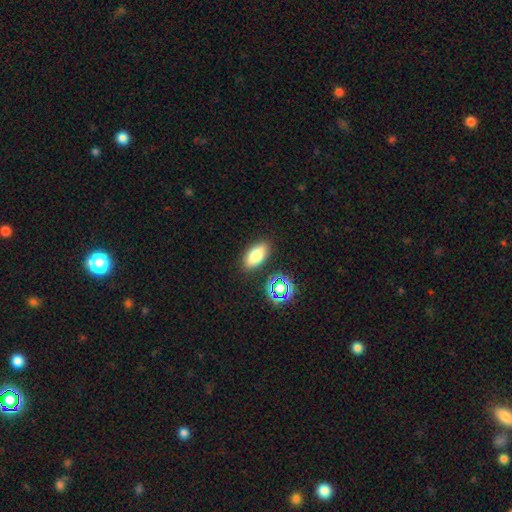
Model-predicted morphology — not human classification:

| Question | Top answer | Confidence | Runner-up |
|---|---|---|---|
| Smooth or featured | smooth | 76% | featured or disk (12%) |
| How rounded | in between | 84% | cigar-shaped (11%) |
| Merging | none | 86% | minor disturbance (9%) |